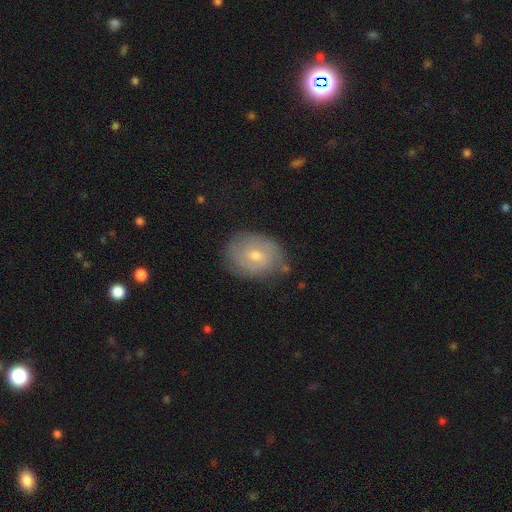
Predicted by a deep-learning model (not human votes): Smooth or featured?
  - featured or disk: 64% *
  - smooth: 28%
  - star or artifact: 9%
Edge-on disk?
  - no: 96% *
  - yes: 4%
Bar?
  - weak: 48% *
  - no: 45%
  - strong: 8%
Spiral arms?
  - yes: 82% *
  - no: 18%
Spiral winding?
  - tight: 62% *
  - medium: 28%
  - loose: 10%
Spiral arm count?
  - 2: 42% *
  - can't tell: 38%
  - 3: 10%
  - 1: 4%
  - 4: 4%
  - more than 4: 3%
Bulge size?
  - moderate: 50% *
  - small: 47%
  - large: 1%
  - none: 1%
  - dominant: 1%
Merging?
  - none: 75% *
  - minor disturbance: 18%
  - major disturbance: 5%
  - merger: 2%